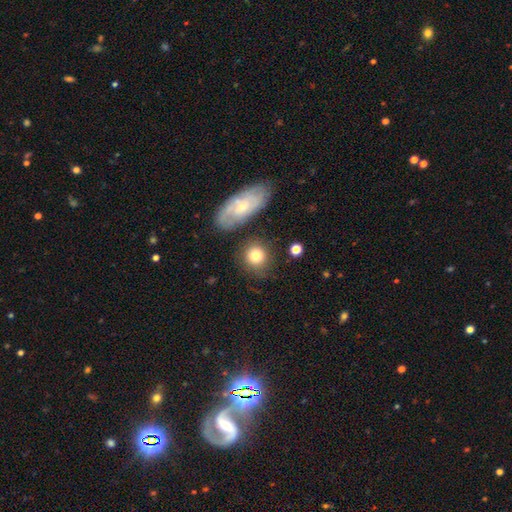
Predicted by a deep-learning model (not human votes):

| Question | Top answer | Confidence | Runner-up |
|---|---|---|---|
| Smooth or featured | smooth | 77% | featured or disk (14%) |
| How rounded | round | 85% | in between (13%) |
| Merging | none | 73% | minor disturbance (13%) |